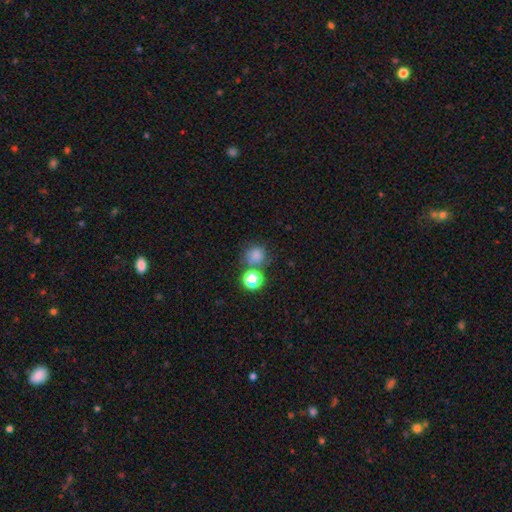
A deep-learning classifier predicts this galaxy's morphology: type=smooth (72%); roundness=round (82%); merging=none (58%).